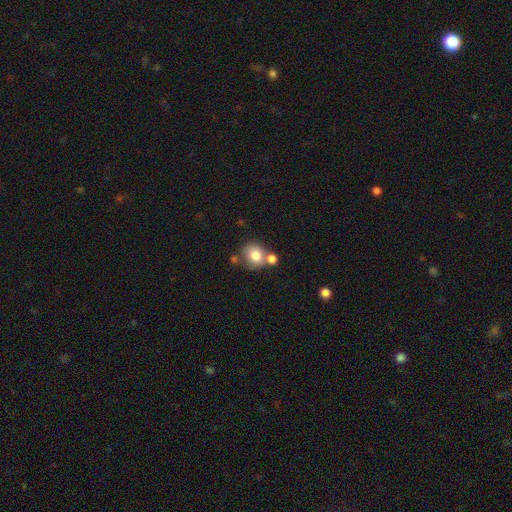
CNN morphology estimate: Smooth or featured?
  - smooth: 79% *
  - featured or disk: 12%
  - star or artifact: 9%
How rounded?
  - round: 75% *
  - in between: 24%
  - cigar-shaped: 1%
Merging?
  - none: 50% *
  - merger: 33%
  - minor disturbance: 13%
  - major disturbance: 5%